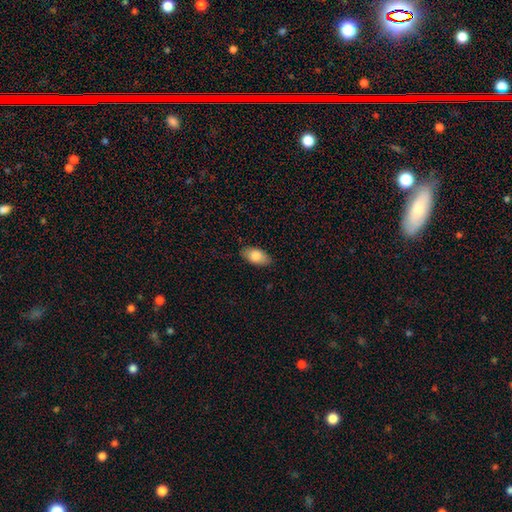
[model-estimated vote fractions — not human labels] smooth_or_featured: smooth (p=0.83) [alt: featured or disk p=0.10]
how_rounded: in between (p=0.94) [alt: round p=0.03]
merging: none (p=0.86) [alt: minor disturbance p=0.11]